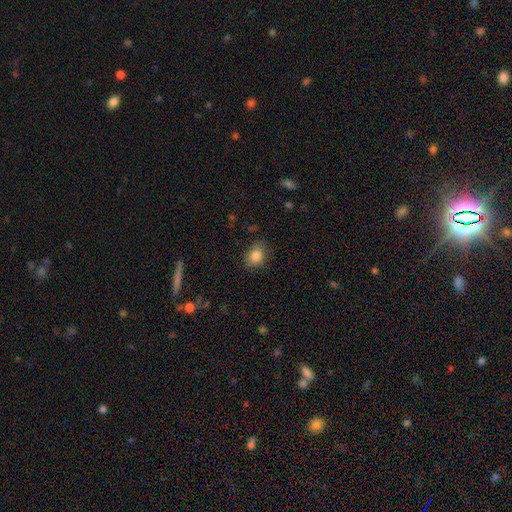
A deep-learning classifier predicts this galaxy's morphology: smooth-or-featured: smooth: 85% | star or artifact: 9% | featured or disk: 6%
  how-rounded: in between: 51% | round: 48% | cigar-shaped: 1%
  merging: none: 78% | minor disturbance: 17% | major disturbance: 4% | merger: 1%